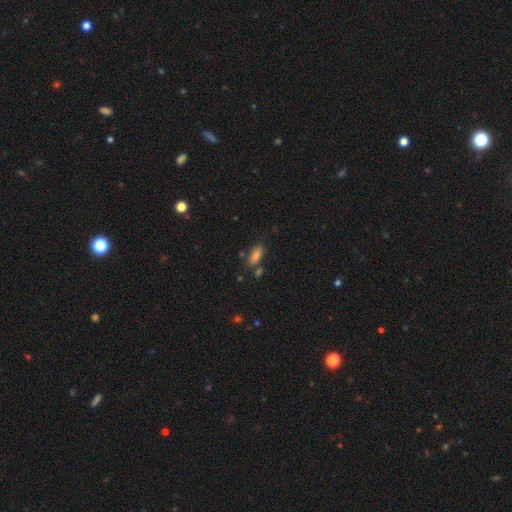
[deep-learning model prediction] This appears to be a smooth galaxy with no disk features (69%) that is in between round and cigar-shaped (76%). Merging: none (71%).